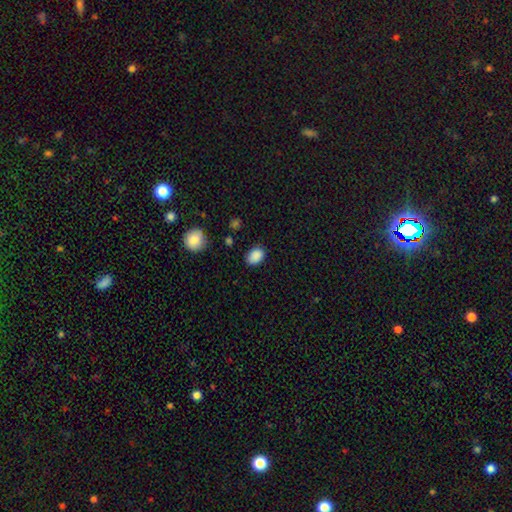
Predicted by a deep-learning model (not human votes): Smooth or featured: smooth — 88% (star or artifact — 8%)
How rounded: in between — 73% (round — 26%)
Merging: none — 81% (minor disturbance — 14%)